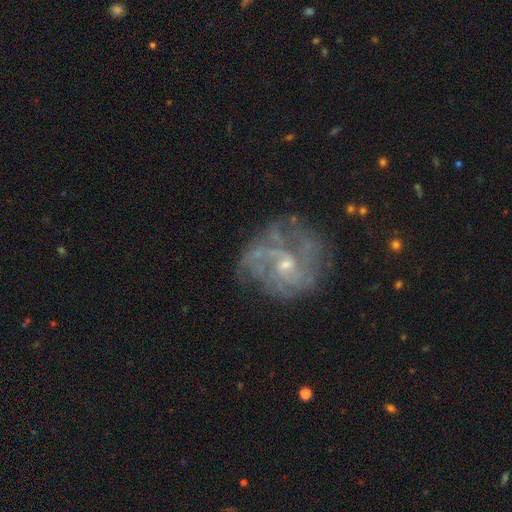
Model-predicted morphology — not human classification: Smooth or featured? Predicted: featured or disk (p=0.80). Edge-on disk? Predicted: no (p=0.98). Bar? Predicted: no (p=0.62). Spiral arms? Predicted: yes (p=0.87). Spiral winding? Predicted: medium (p=0.43). Spiral arm count? Predicted: can't tell (p=0.33). Bulge size? Predicted: small (p=0.68). Merging? Predicted: none (p=0.62).